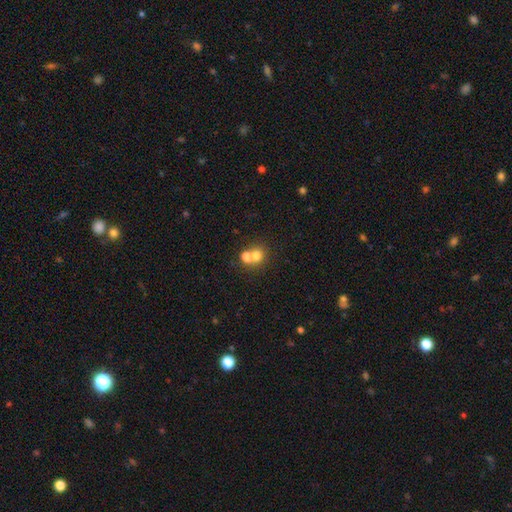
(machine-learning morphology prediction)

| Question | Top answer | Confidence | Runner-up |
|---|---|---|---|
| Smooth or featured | smooth | 71% | star or artifact (14%) |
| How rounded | round | 80% | in between (19%) |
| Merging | merger | 50% | none (42%) |